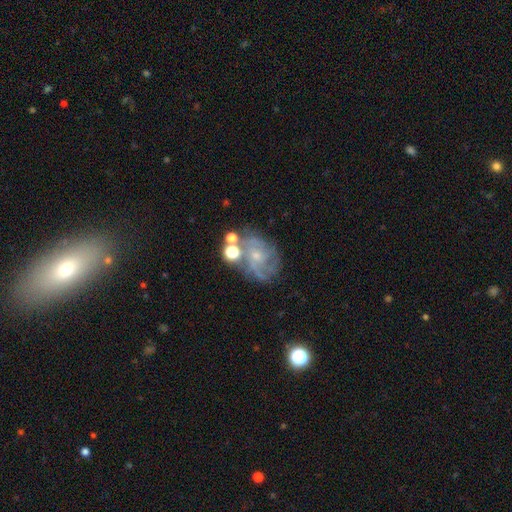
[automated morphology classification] Overall: featured or disk (74%). Edge-on disk: no (97%). Bar: no (73%). Spiral arms: yes (88%). Spiral arm count: can't tell (35%; 3 23%). Spiral winding: tight (46%; medium 39%). Bulge size: small (70%). Merging: none (58%; minor disturbance 20%).